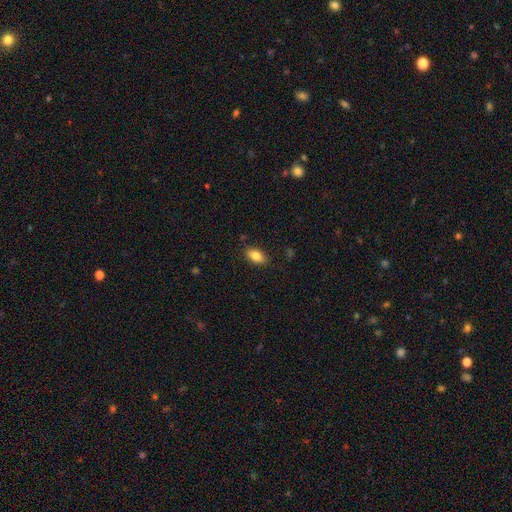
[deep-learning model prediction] Overall: smooth (82%). How rounded: in between (90%). Merging: none (86%).